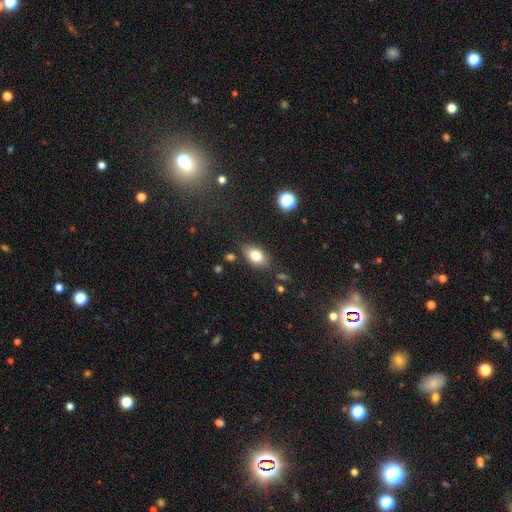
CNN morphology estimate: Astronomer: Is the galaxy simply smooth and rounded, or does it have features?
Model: smooth — 79%.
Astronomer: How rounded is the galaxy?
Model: in between — 87%.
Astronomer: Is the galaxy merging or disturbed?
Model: none — 80%.